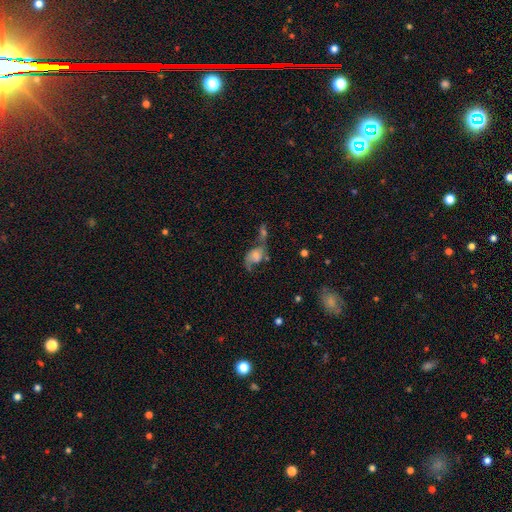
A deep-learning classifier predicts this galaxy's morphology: Smooth or featured?
  - featured or disk: 49% *
  - smooth: 39%
  - star or artifact: 12%
Merging?
  - merger: 43% *
  - none: 22%
  - major disturbance: 21%
  - minor disturbance: 14%